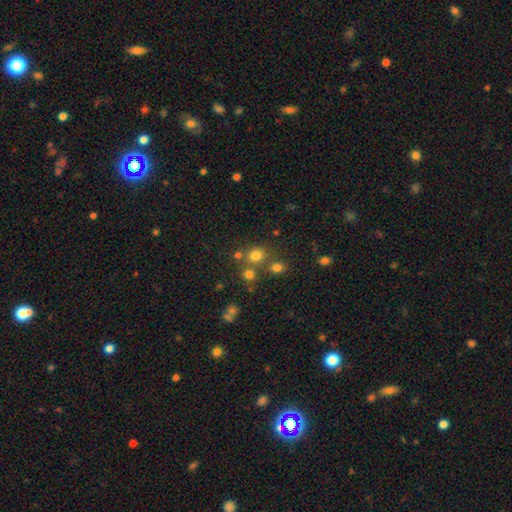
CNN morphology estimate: This appears to be a smooth galaxy with no disk features (72%) that is round (82%). Merging: none (67%).